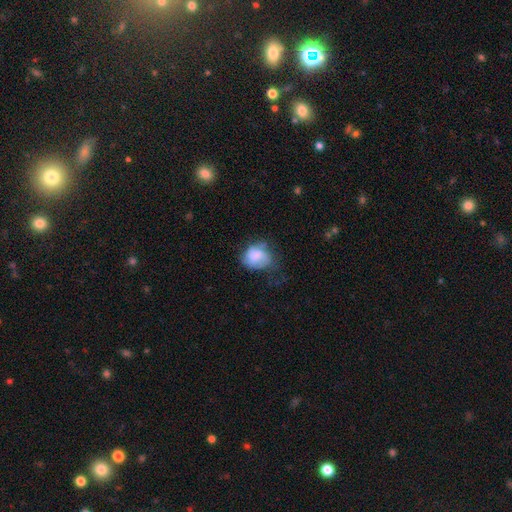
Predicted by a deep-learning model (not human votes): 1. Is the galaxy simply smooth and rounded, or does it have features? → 67% smooth, 24% featured or disk, 8% star or artifact.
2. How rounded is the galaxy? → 52% round, 47% in between, 1% cigar-shaped.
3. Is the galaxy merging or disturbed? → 40% none, 34% minor disturbance, 23% major disturbance, 3% merger.